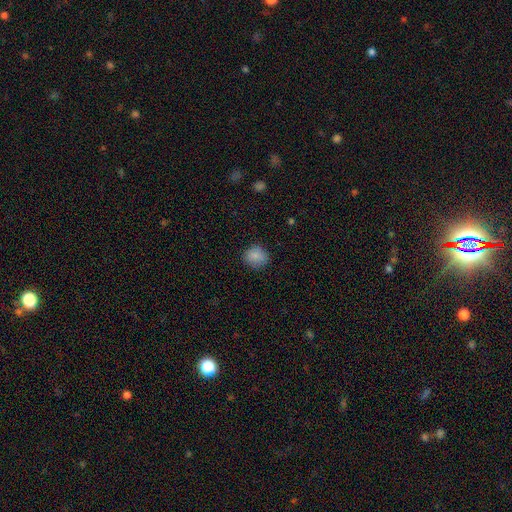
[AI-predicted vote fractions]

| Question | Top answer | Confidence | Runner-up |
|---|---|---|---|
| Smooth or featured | smooth | 85% | star or artifact (9%) |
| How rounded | round | 80% | in between (19%) |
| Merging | none | 85% | minor disturbance (11%) |